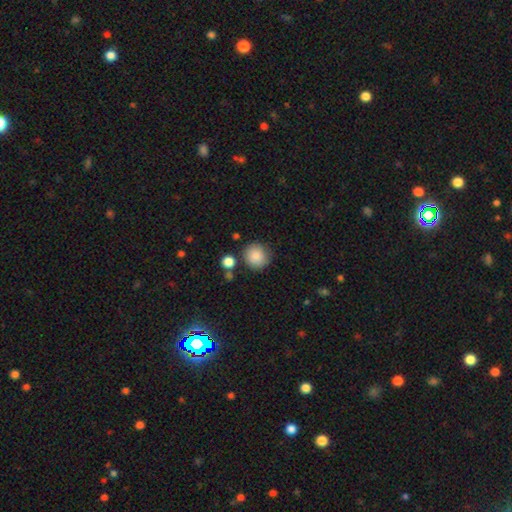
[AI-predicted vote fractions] Smooth or featured? smooth (85%)
How rounded? round (92%)
Merging? none (81%)